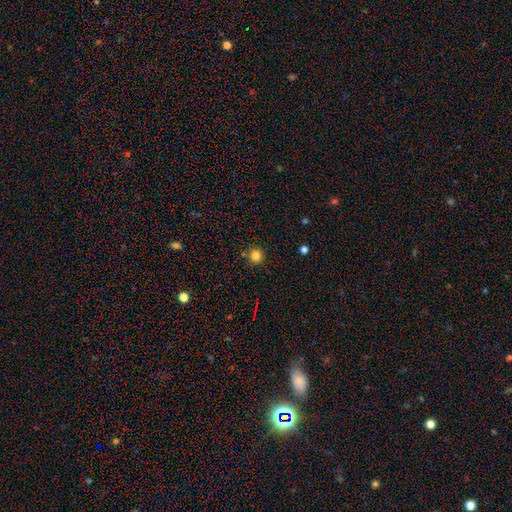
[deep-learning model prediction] A smooth galaxy with no disk features (81%) that is round (95%).

Vote fractions:
- Smooth or featured? smooth: 81% / star or artifact: 13% / featured or disk: 5%
- How rounded? round: 95% / in between: 4% / cigar-shaped: 1%
- Merging? none: 88% / minor disturbance: 7% / merger: 3% / major disturbance: 2%